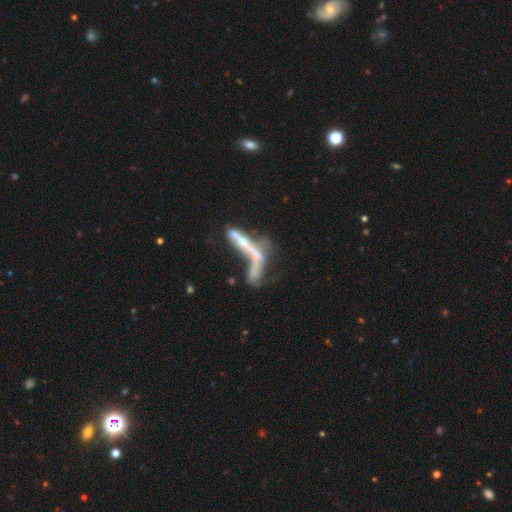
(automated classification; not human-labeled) A featured or disk galaxy (56%) viewed edge-on (53%). Merging: merger (54%).